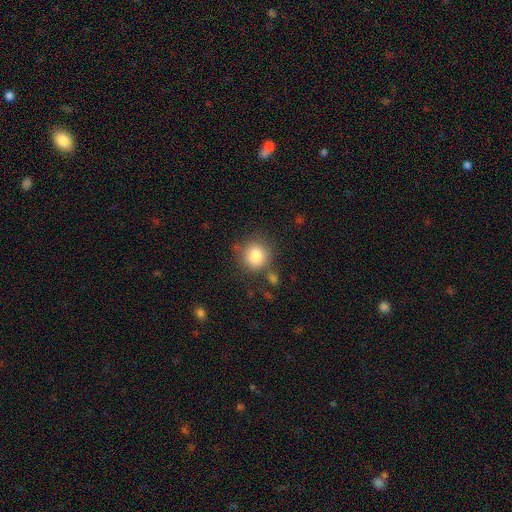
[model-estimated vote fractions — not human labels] Smooth or featured: smooth — 82% (star or artifact — 10%)
How rounded: round — 89% (in between — 10%)
Merging: none — 76% (minor disturbance — 13%)